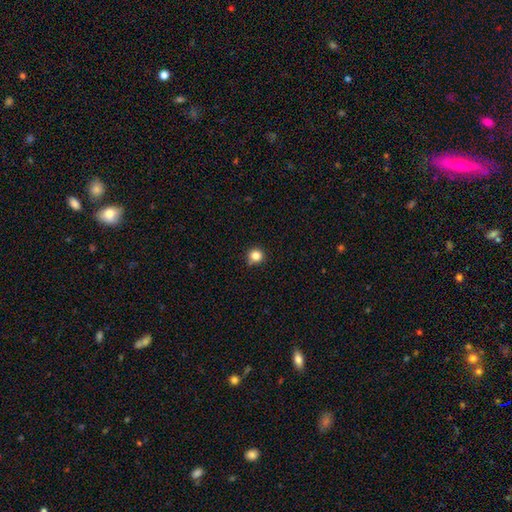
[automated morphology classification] This is clearly a smooth galaxy (84%). How rounded: clearly round (93%). Merging: clearly none (83%).